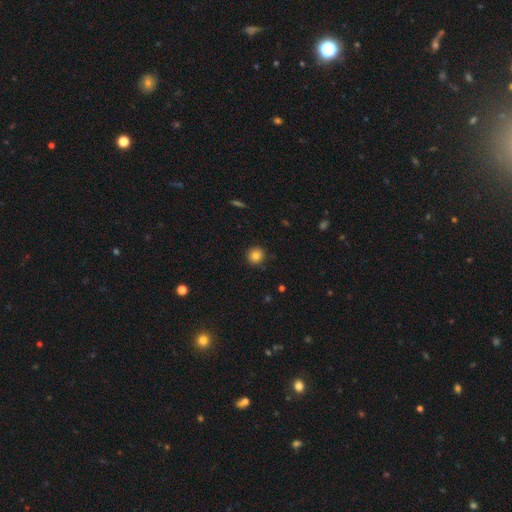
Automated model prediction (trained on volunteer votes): smooth-or-featured: smooth: 82% | star or artifact: 11% | featured or disk: 7%
  how-rounded: round: 94% | in between: 5% | cigar-shaped: 1%
  merging: none: 89% | minor disturbance: 8% | major disturbance: 2% | merger: 1%